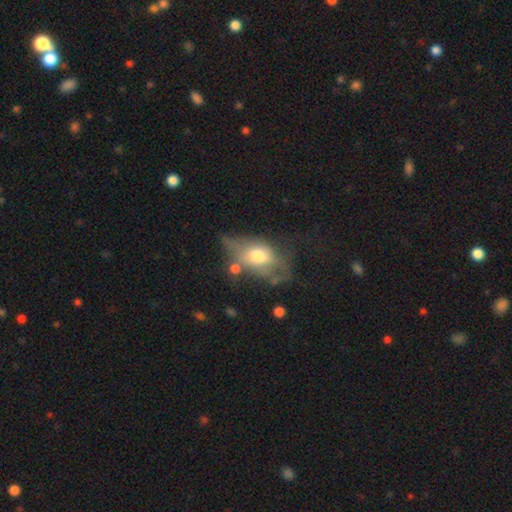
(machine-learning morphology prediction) Smooth or featured?
  - smooth: 51% *
  - featured or disk: 40%
  - star or artifact: 9%
How rounded?
  - in between: 82% *
  - round: 15%
  - cigar-shaped: 3%
Merging?
  - major disturbance: 31% *
  - none: 29%
  - minor disturbance: 29%
  - merger: 10%